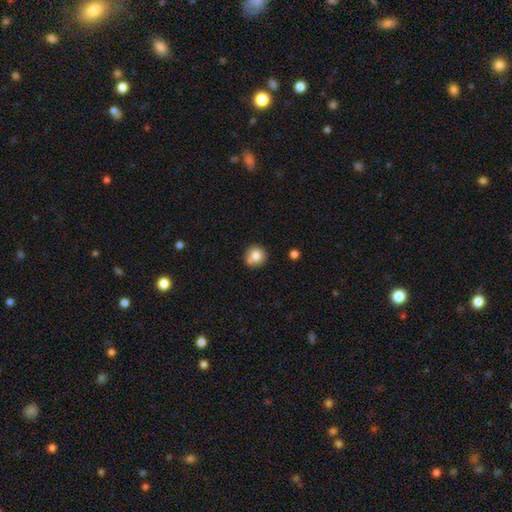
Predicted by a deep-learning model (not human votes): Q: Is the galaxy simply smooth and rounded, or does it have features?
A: smooth — 79%.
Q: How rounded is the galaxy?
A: round — 93%.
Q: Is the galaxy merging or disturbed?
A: none — 72%.